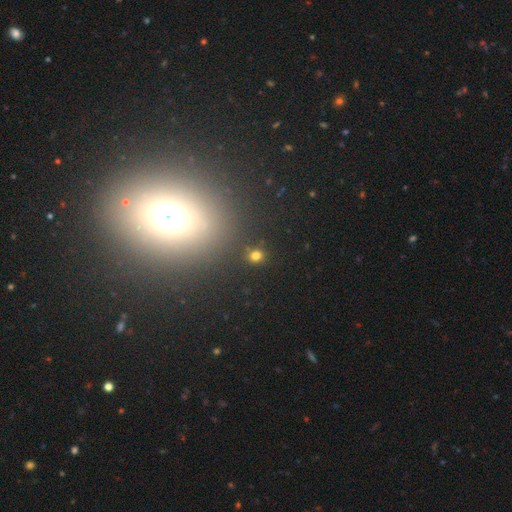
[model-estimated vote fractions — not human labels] Smooth or featured?
  - smooth: 76% *
  - star or artifact: 19%
  - featured or disk: 5%
How rounded?
  - round: 78% *
  - in between: 20%
  - cigar-shaped: 1%
Merging?
  - none: 86% *
  - minor disturbance: 7%
  - merger: 4%
  - major disturbance: 3%